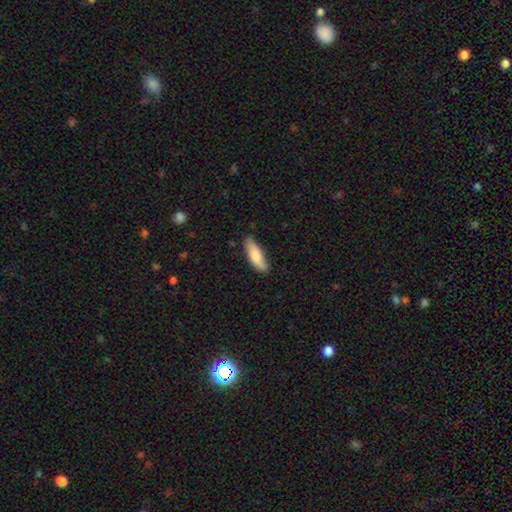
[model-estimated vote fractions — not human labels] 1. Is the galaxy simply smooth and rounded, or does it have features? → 78% smooth, 17% featured or disk, 5% star or artifact.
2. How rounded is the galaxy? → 50% in between, 48% cigar-shaped, 2% round.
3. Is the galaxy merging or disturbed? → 76% none, 19% minor disturbance, 3% major disturbance, 2% merger.